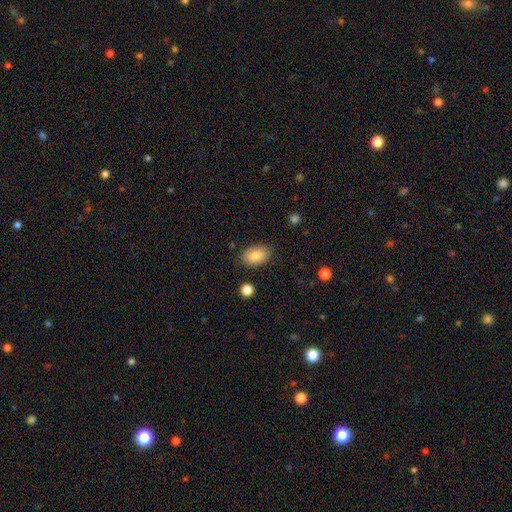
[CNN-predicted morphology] This is clearly a smooth galaxy (84%). How rounded: clearly in between (88%). Merging: clearly none (81%).